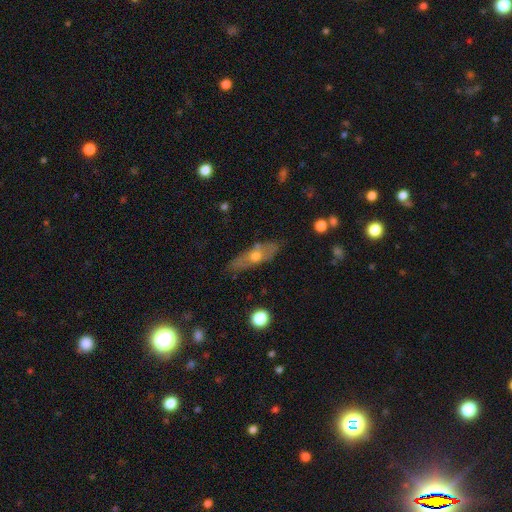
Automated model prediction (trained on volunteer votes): This is possibly a smooth galaxy (48%). Merging: likely none (70%).